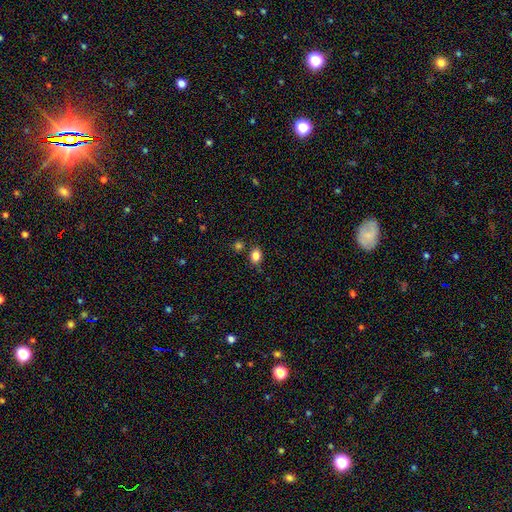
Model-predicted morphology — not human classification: This is clearly a smooth galaxy (84%). How rounded: likely in between (65%). Merging: likely none (77%).